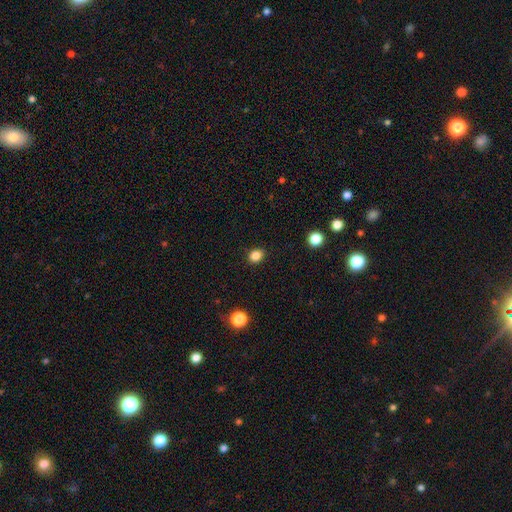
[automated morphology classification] smooth_or_featured: smooth (p=0.85) [alt: star or artifact p=0.12]
how_rounded: round (p=0.60) [alt: in between p=0.39]
merging: none (p=0.89) [alt: minor disturbance p=0.08]